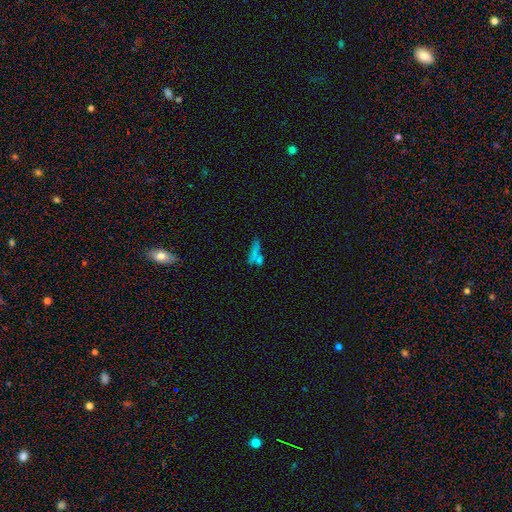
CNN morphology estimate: Smooth or featured?
  - smooth: 60% *
  - star or artifact: 21%
  - featured or disk: 19%
How rounded?
  - cigar-shaped: 55% *
  - in between: 35%
  - round: 10%
Merging?
  - none: 45% *
  - merger: 34%
  - minor disturbance: 12%
  - major disturbance: 9%